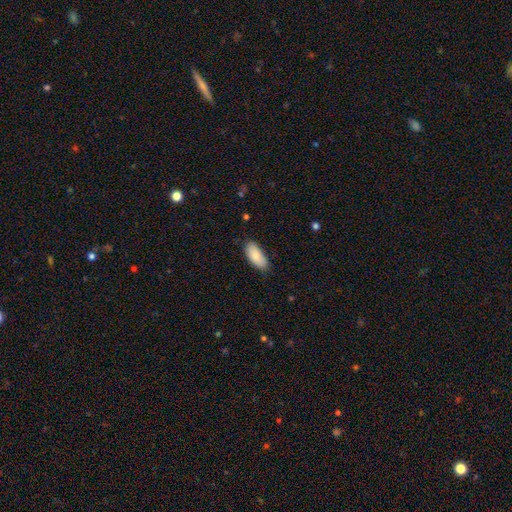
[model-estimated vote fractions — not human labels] Q: Smooth or featured?
A: smooth (83%); runner-up: featured or disk (10%)
Q: How rounded?
A: in between (88%); runner-up: cigar-shaped (10%)
Q: Merging?
A: none (81%); runner-up: minor disturbance (15%)